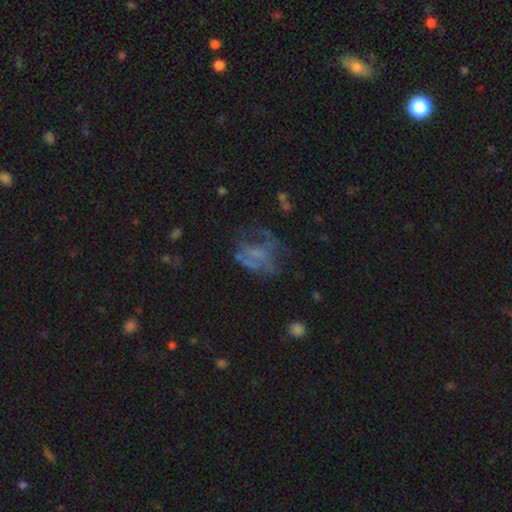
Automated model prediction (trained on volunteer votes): Q: Smooth or featured?
A: featured or disk (52%); runner-up: smooth (28%)
Q: Edge-on disk?
A: no (97%); runner-up: yes (3%)
Q: Bar?
A: no (79%); runner-up: weak (16%)
Q: Spiral arms?
A: no (74%); runner-up: yes (26%)
Q: Bulge size?
A: none (66%); runner-up: small (17%)
Q: Merging?
A: major disturbance (40%); runner-up: none (37%)